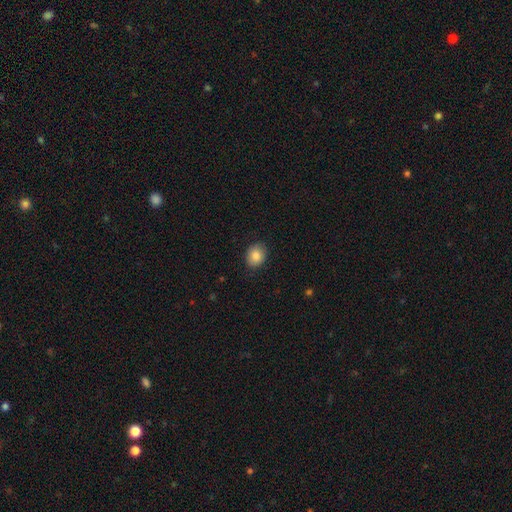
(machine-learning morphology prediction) This appears to be a smooth galaxy with no disk features (86%) that is round (55%). Merging: none (87%).